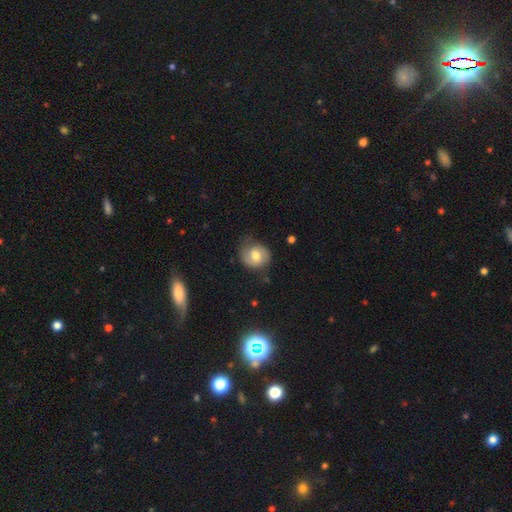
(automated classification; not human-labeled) Smooth or featured? smooth (50%)
Merging? none (63%)